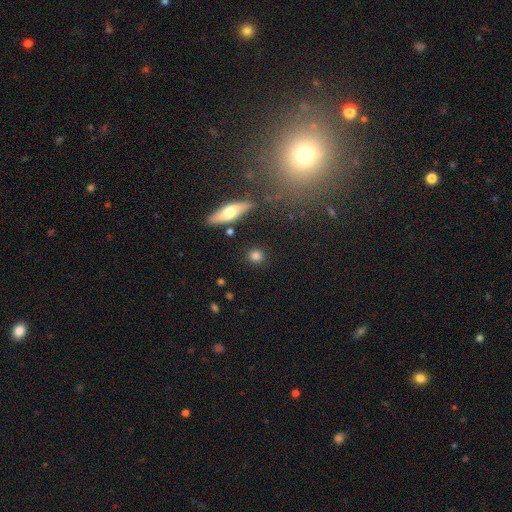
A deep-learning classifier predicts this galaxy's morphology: This is clearly a smooth galaxy (81%). How rounded: likely round (80%). Merging: clearly none (87%).